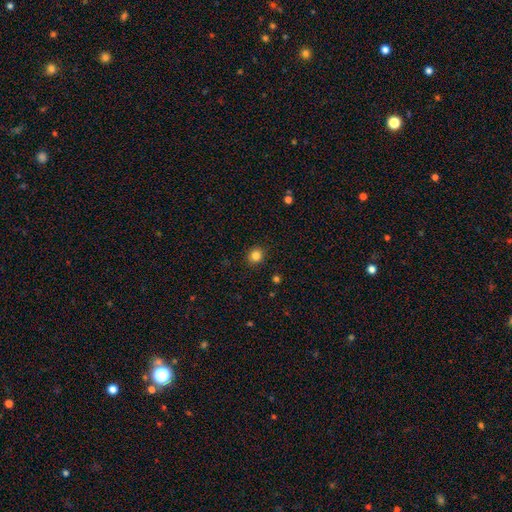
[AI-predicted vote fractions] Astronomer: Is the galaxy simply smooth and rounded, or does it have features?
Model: smooth — 83%.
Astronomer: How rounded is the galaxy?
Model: round — 87%.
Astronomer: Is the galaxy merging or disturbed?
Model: none — 91%.